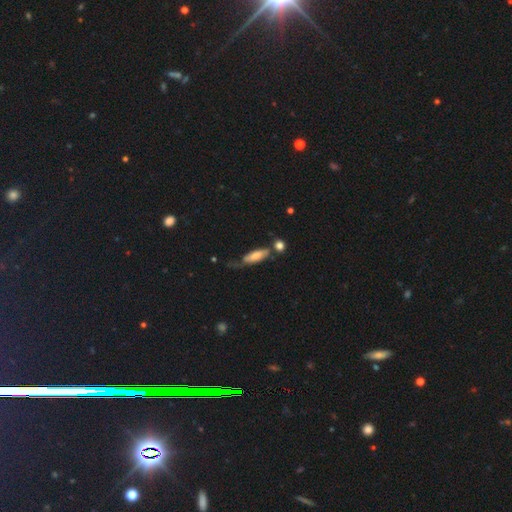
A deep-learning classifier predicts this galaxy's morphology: Smooth or featured: smooth — 65% (featured or disk — 28%)
How rounded: in between — 53% (cigar-shaped — 45%)
Merging: none — 35% (minor disturbance — 29%)